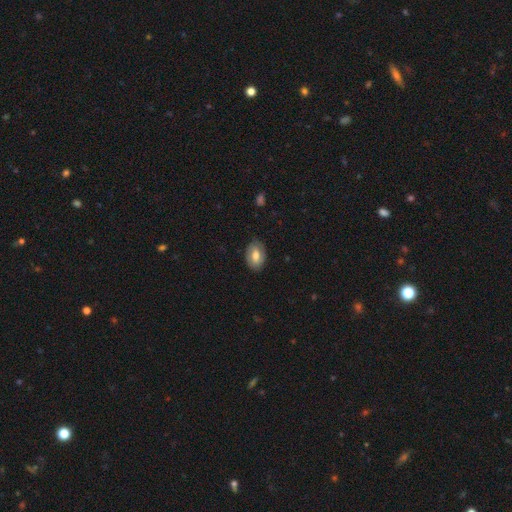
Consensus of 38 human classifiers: This is likely a smooth galaxy (68%). How rounded: clearly in between (88%). Merging: likely none (75%).